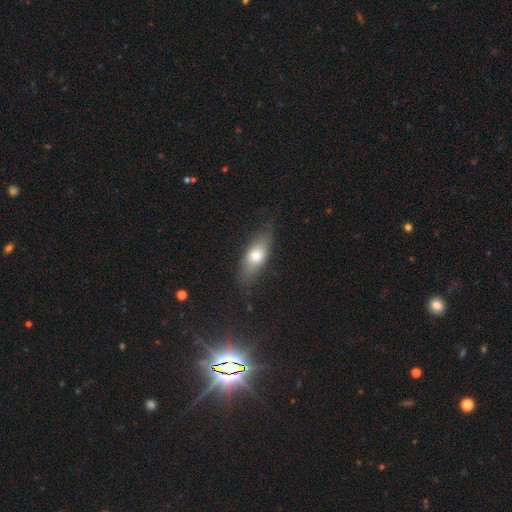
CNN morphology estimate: Q: Smooth or featured?
A: smooth (66%); runner-up: featured or disk (27%)
Q: How rounded?
A: in between (65%); runner-up: cigar-shaped (30%)
Q: Merging?
A: none (77%); runner-up: minor disturbance (17%)